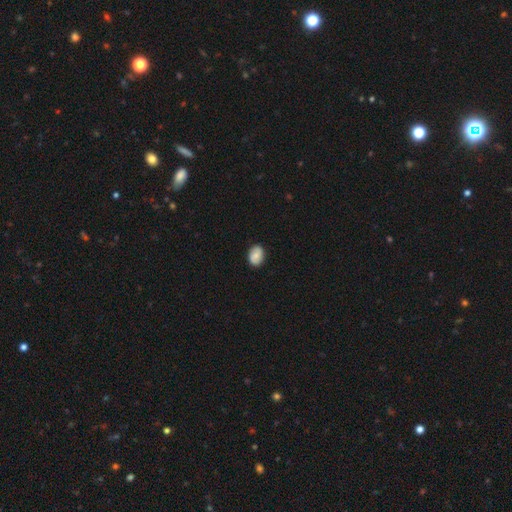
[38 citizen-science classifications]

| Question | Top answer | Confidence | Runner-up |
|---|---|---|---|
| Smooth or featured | smooth | 50% | featured or disk (42%) |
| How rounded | in between | 53% | round (47%) |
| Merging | none | 74% | minor disturbance (17%) |